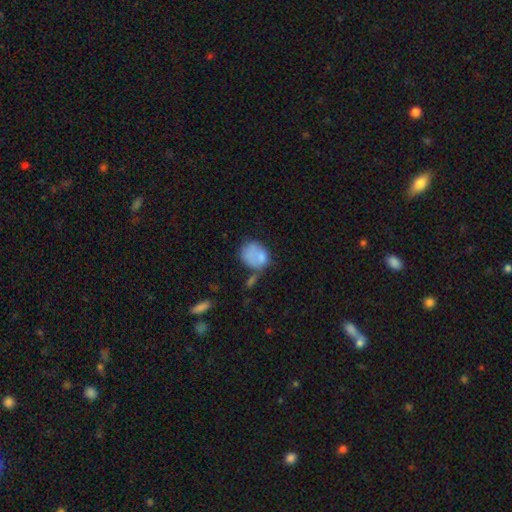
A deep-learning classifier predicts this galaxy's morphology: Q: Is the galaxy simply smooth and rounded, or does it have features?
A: smooth — 72%.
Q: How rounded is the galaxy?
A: round — 55%.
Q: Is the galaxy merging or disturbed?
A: none — 35%.